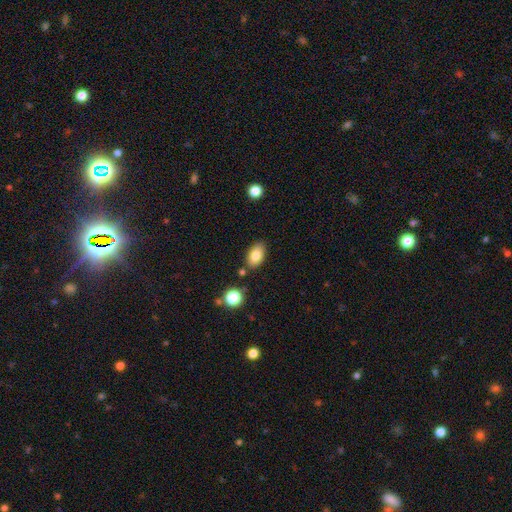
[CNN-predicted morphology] This is clearly a smooth galaxy (81%). How rounded: clearly in between (90%). Merging: clearly none (81%).